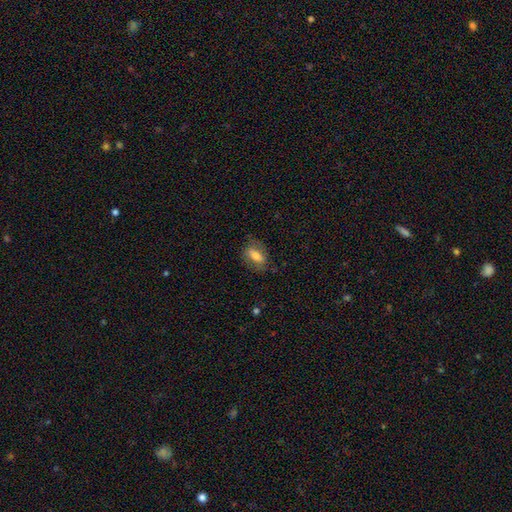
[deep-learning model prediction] Smooth or featured? Predicted: smooth (p=0.62). How rounded? Predicted: in between (p=0.82). Merging? Predicted: none (p=0.67).